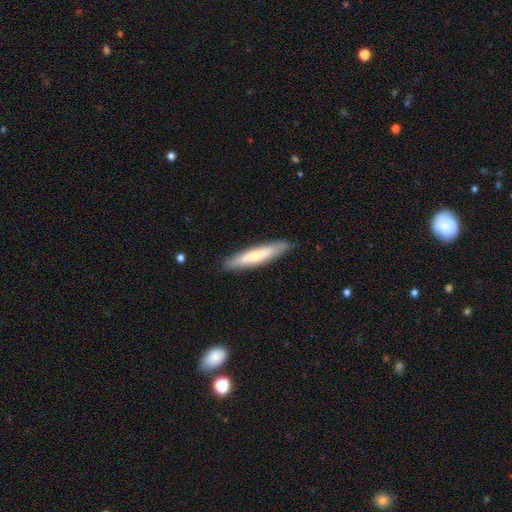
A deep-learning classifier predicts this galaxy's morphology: smooth-or-featured: smooth: 63% | featured or disk: 32% | star or artifact: 5%
  how-rounded: cigar-shaped: 89% | in between: 10% | round: 1%
  merging: none: 87% | minor disturbance: 10% | major disturbance: 2% | merger: 1%